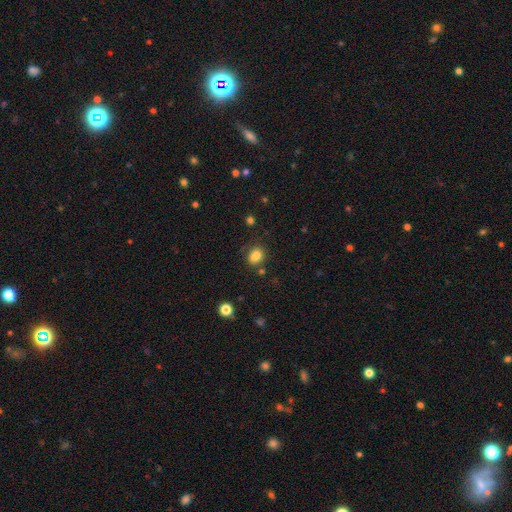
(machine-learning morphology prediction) This appears to be a smooth galaxy with no disk features (83%) that is in between round and cigar-shaped (57%). Merging: none (72%).